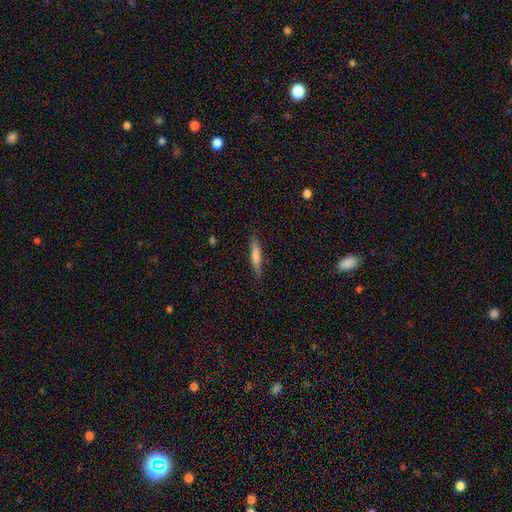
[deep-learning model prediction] smooth 65%, featured or disk 29%, star or artifact 6%. Down the decision tree: how rounded — cigar-shaped (90%); merging — none (87%).